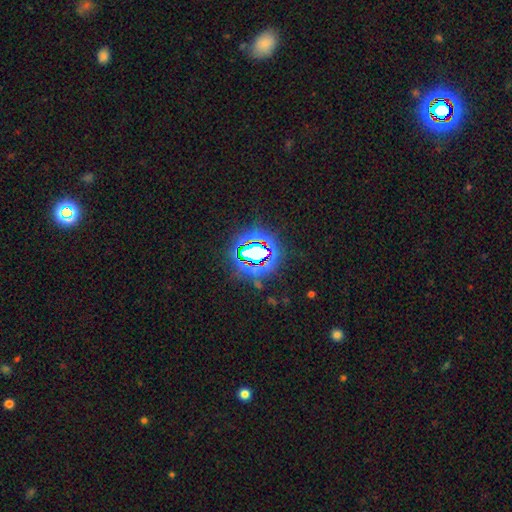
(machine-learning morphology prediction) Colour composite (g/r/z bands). It shows a star or artifact, not a galaxy (72%).